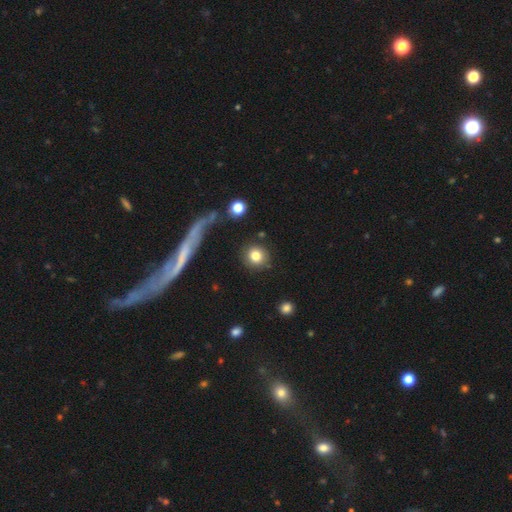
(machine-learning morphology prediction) type=smooth (81%); roundness=round (91%); merging=none (86%).